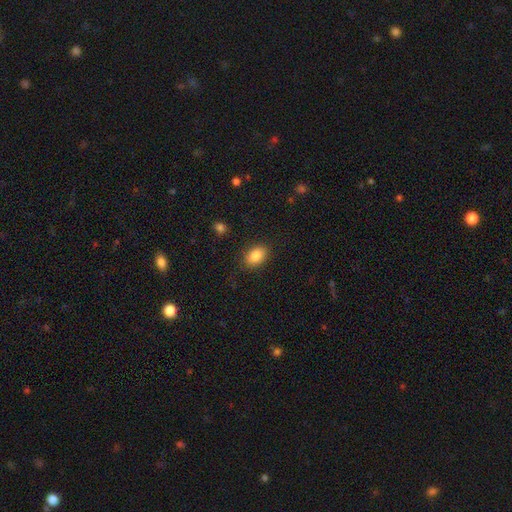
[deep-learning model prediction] smooth 87%, star or artifact 8%, featured or disk 5%. Down the decision tree: how rounded — in between (83%); merging — none (85%).